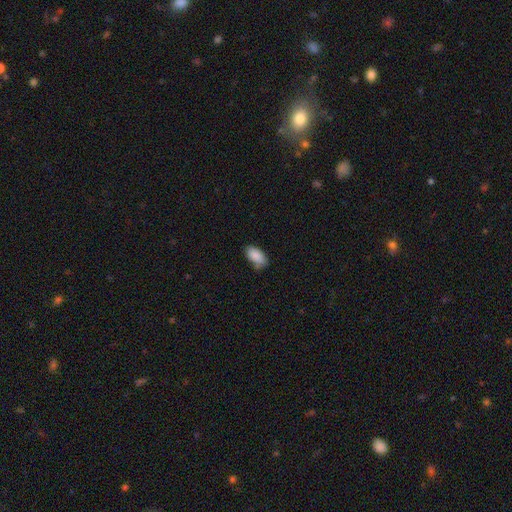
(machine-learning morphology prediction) type=smooth (88%); roundness=in between (94%); merging=none (63%).